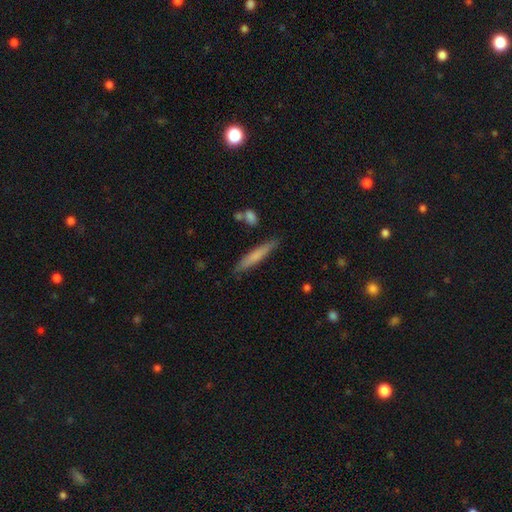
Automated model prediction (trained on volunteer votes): This appears to be a smooth galaxy with no disk features (68%) that is cigar-shaped (92%). Merging: none (83%).